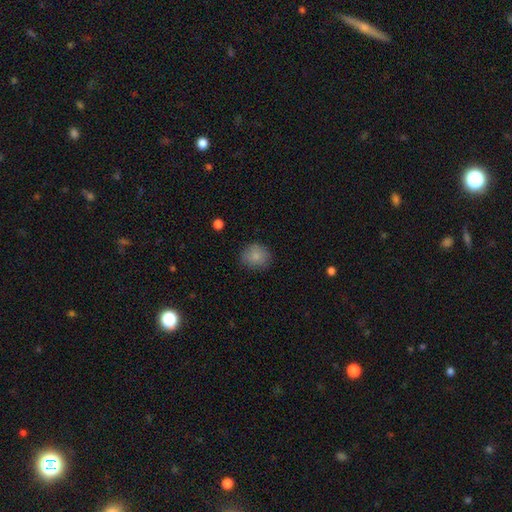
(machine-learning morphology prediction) Smooth or featured?
  - smooth: 83% *
  - star or artifact: 8%
  - featured or disk: 8%
How rounded?
  - round: 77% *
  - in between: 22%
  - cigar-shaped: 1%
Merging?
  - none: 79% *
  - minor disturbance: 15%
  - major disturbance: 4%
  - merger: 1%